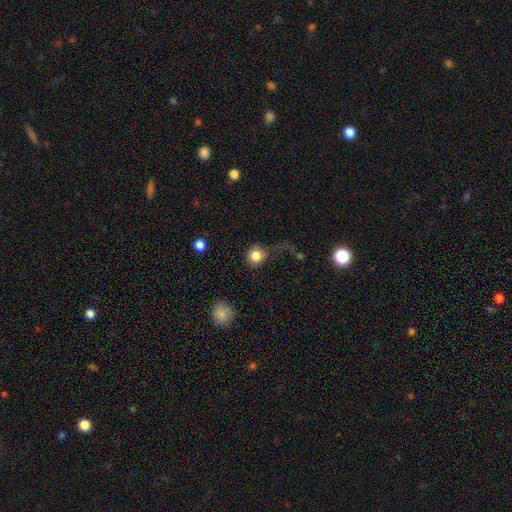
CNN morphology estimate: type=smooth (83%); roundness=round (89%); merging=none (43%).